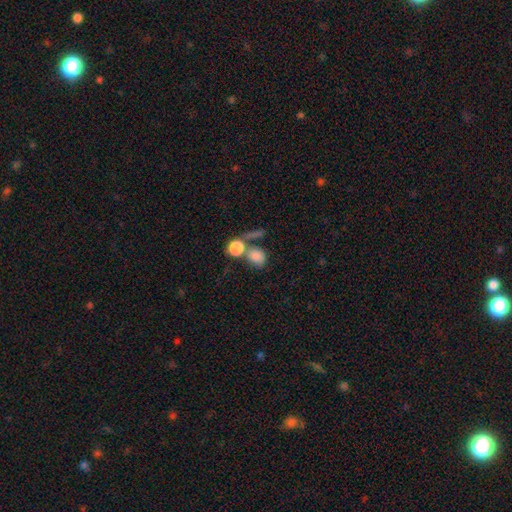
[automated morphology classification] type=smooth (79%); roundness=round (51%); merging=merger (46%).